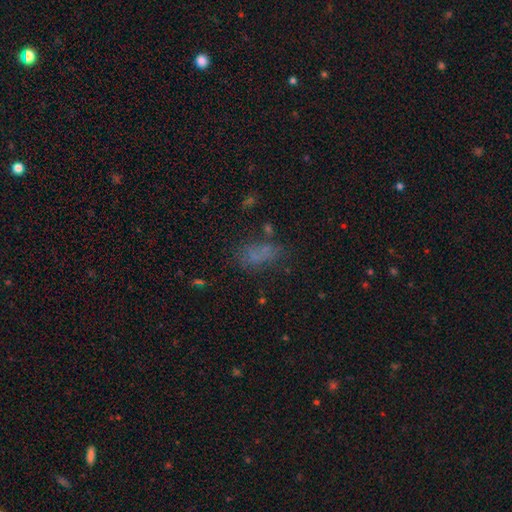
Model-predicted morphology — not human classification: Smooth or featured? smooth (61%)
How rounded? in between (84%)
Merging? none (53%)